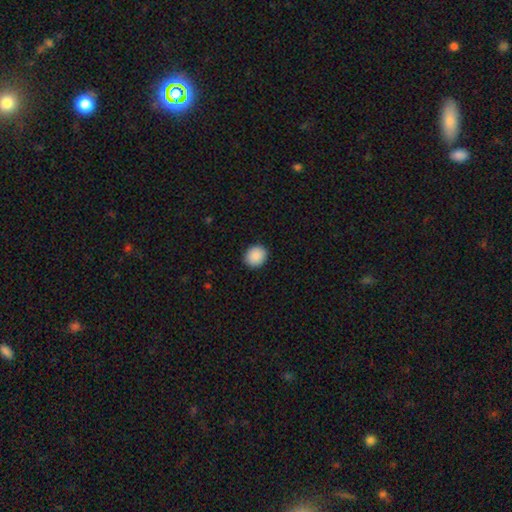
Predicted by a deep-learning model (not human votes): Smooth or featured?
  - smooth: 90% *
  - star or artifact: 7%
  - featured or disk: 3%
How rounded?
  - round: 68% *
  - in between: 31%
  - cigar-shaped: 1%
Merging?
  - none: 91% *
  - minor disturbance: 6%
  - major disturbance: 2%
  - merger: 1%